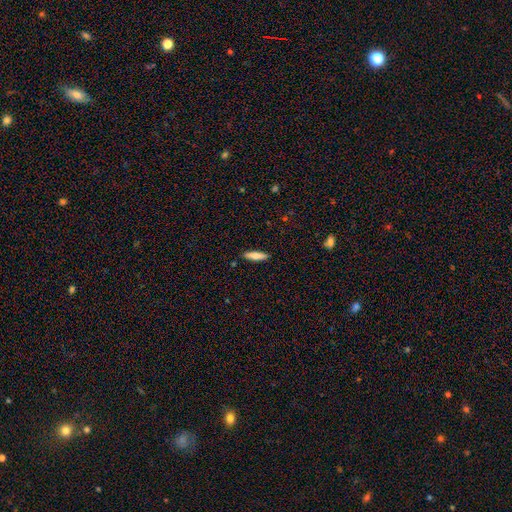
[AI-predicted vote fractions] Overall: smooth (73%). How rounded: cigar-shaped (67%; in between 31%). Merging: none (89%).